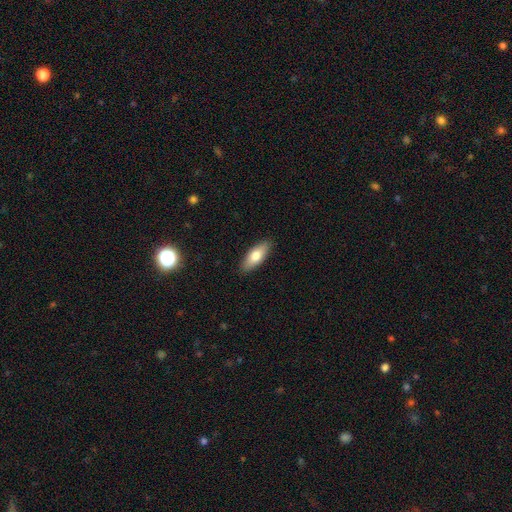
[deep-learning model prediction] Q: Smooth or featured?
A: smooth (74%); runner-up: featured or disk (20%)
Q: How rounded?
A: in between (72%); runner-up: cigar-shaped (26%)
Q: Merging?
A: none (89%); runner-up: minor disturbance (8%)